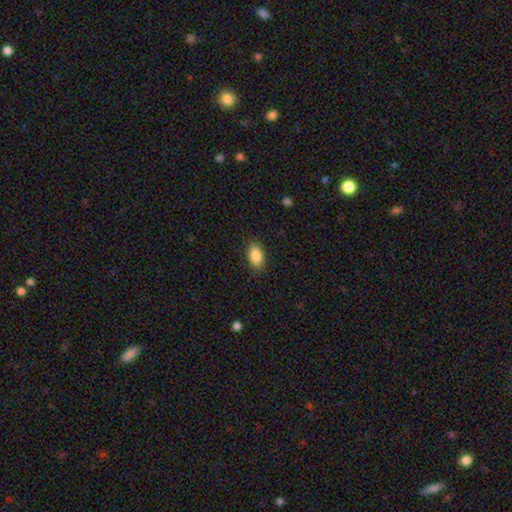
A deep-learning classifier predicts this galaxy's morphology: type=smooth (88%); roundness=in between (91%); merging=none (85%).